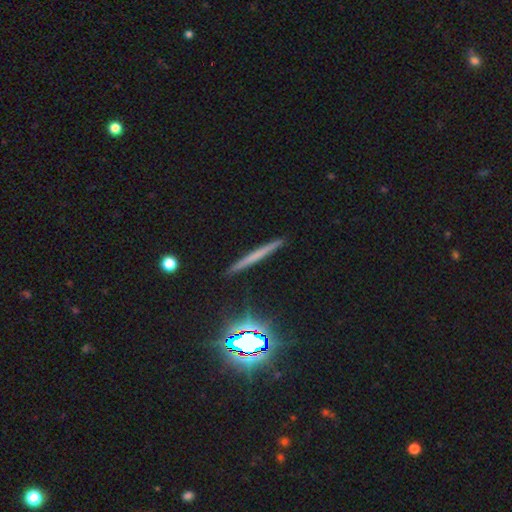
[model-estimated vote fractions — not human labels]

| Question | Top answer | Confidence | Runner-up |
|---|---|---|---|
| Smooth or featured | smooth | 43% | featured or disk (40%) |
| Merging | none | 90% | minor disturbance (7%) |